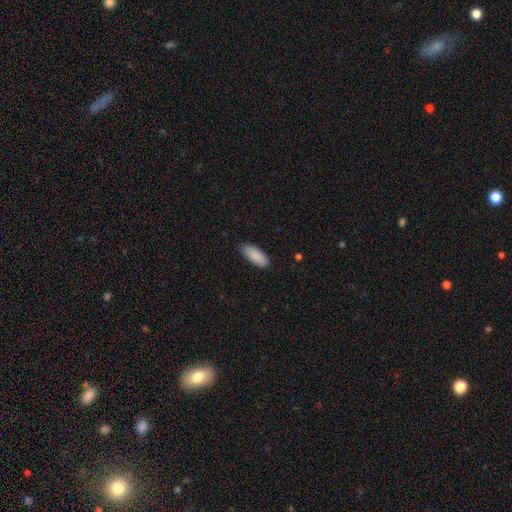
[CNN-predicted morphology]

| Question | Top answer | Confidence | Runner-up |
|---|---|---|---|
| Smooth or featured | smooth | 89% | star or artifact (6%) |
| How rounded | in between | 82% | cigar-shaped (17%) |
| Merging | none | 85% | minor disturbance (12%) |